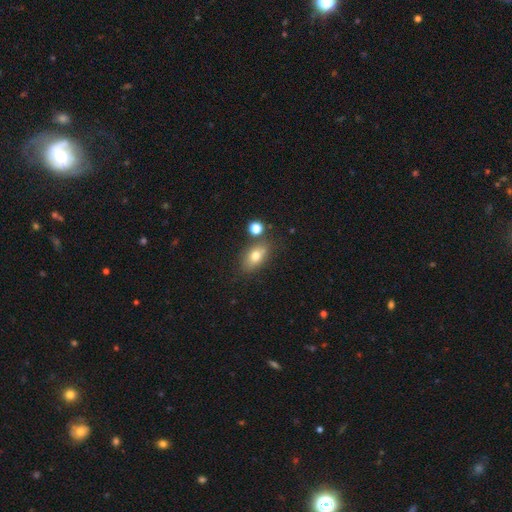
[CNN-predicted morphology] Smooth or featured?
  - smooth: 73% *
  - featured or disk: 16%
  - star or artifact: 11%
How rounded?
  - in between: 79% *
  - round: 16%
  - cigar-shaped: 4%
Merging?
  - none: 69% *
  - minor disturbance: 14%
  - merger: 13%
  - major disturbance: 4%